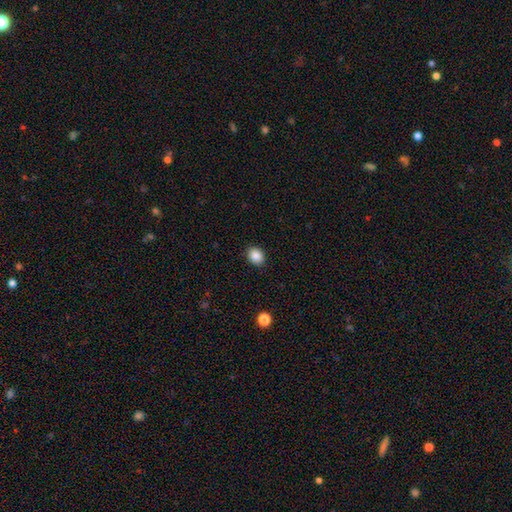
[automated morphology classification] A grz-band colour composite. It shows a smooth galaxy with no disk features (87%) that is in between round and cigar-shaped (50%). Merging: none (90%).